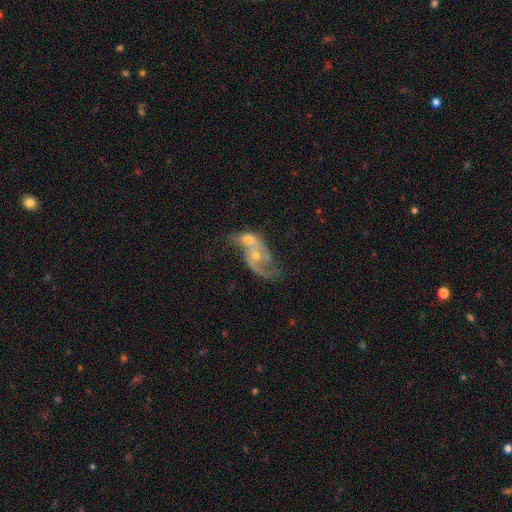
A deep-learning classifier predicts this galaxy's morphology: A featured or disk galaxy (72%) with no bar (69%), 2 (64%) loose (51%) spiral arms (81%) and a moderate central bulge (55%).

Vote fractions:
- Smooth or featured? featured or disk: 72% / smooth: 21% / star or artifact: 7%
- Edge-on disk? no: 97% / yes: 3%
- Bar? no: 69% / weak: 25% / strong: 5%
- Spiral arms? yes: 81% / no: 19%
- Spiral winding? loose: 51% / medium: 37% / tight: 12%
- Spiral arm count? 2: 64% / 1: 24% / can't tell: 9% / 3: 2% / 4: 1% / more than 4: 1%
- Bulge size? moderate: 55% / small: 35% / none: 4% / large: 4% / dominant: 1%
- Merging? merger: 72% / none: 12% / major disturbance: 10% / minor disturbance: 7%